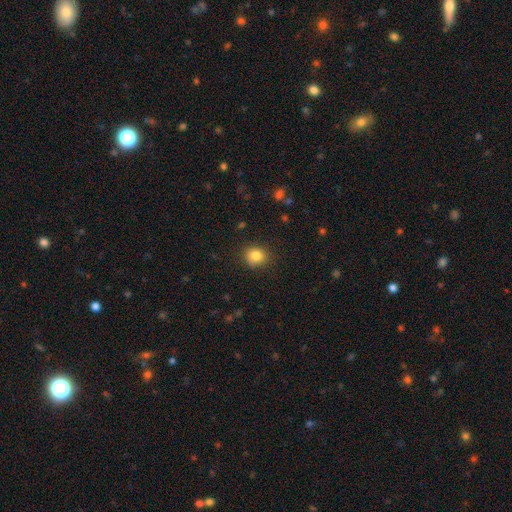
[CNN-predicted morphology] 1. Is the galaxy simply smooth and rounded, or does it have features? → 83% smooth, 11% star or artifact, 6% featured or disk.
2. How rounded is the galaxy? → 79% round, 20% in between, 1% cigar-shaped.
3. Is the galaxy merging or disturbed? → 83% none, 12% minor disturbance, 3% major disturbance, 1% merger.